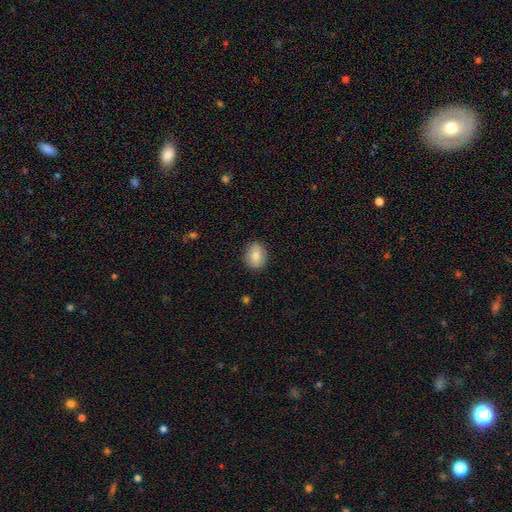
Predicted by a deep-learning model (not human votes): smooth_or_featured: smooth (p=0.80) [alt: featured or disk p=0.12]
how_rounded: in between (p=0.50) [alt: round p=0.49]
merging: none (p=0.87) [alt: minor disturbance p=0.09]